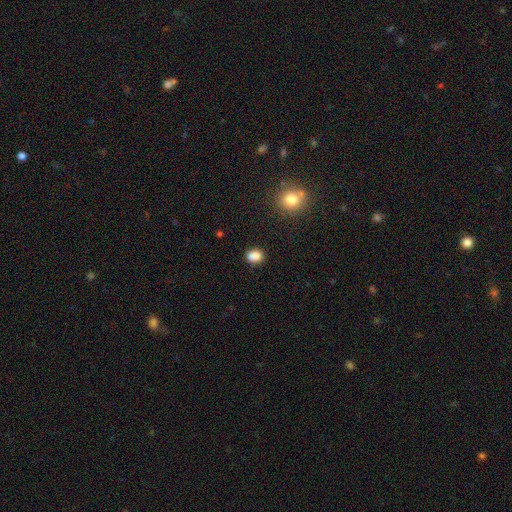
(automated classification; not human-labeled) The model was most divided on "how rounded": round: 62%, in between: 37%, cigar-shaped: 1%. More confident: smooth or featured — smooth (83%); merging — none (69%).